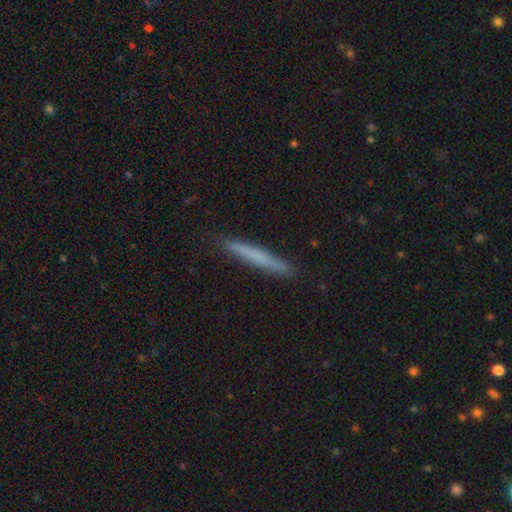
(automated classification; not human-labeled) A smooth galaxy with no disk features (65%) that is cigar-shaped (97%).

Vote fractions:
- Smooth or featured? smooth: 65% / featured or disk: 29% / star or artifact: 7%
- How rounded? cigar-shaped: 97% / in between: 2% / round: 1%
- Merging? none: 91% / minor disturbance: 6% / major disturbance: 1% / merger: 1%